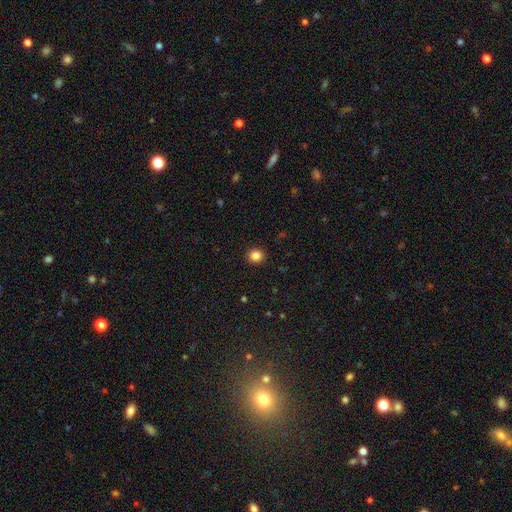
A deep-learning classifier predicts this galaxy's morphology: Overall: smooth (85%). How rounded: round (86%). Merging: none (92%).